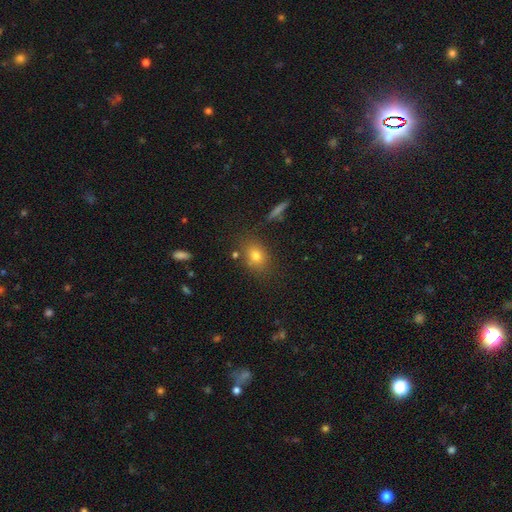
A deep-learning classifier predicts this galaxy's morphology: Smooth or featured: smooth — 75% (star or artifact — 14%)
How rounded: in between — 58% (round — 40%)
Merging: none — 78% (minor disturbance — 13%)